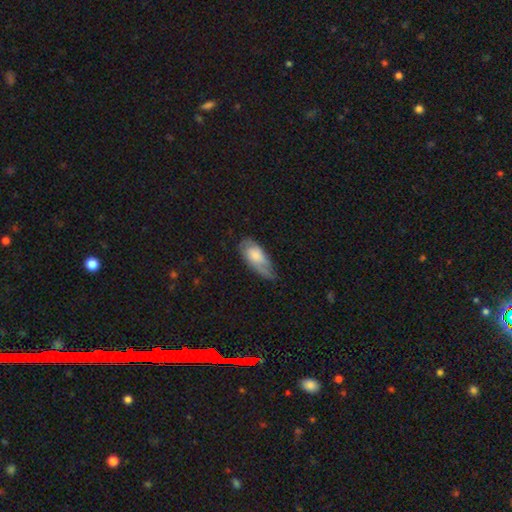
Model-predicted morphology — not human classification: Smooth or featured? Predicted: smooth (p=0.64). How rounded? Predicted: in between (p=0.85). Merging? Predicted: none (p=0.46).